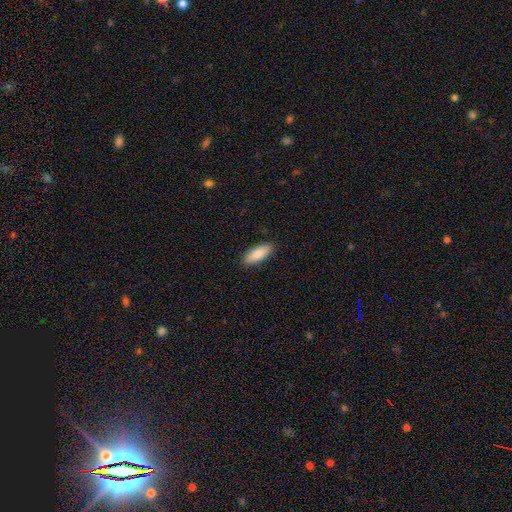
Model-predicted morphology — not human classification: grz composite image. It shows a smooth galaxy with no disk features (86%) that is in between round and cigar-shaped (66%). Merging: none (90%).